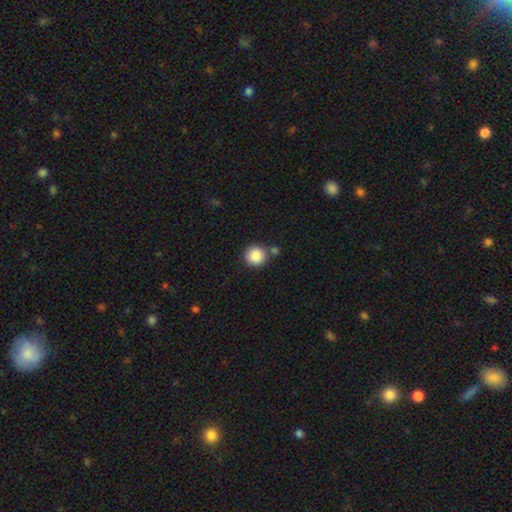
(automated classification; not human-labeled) smooth-or-featured: smooth: 88% | star or artifact: 8% | featured or disk: 4%
  how-rounded: round: 93% | in between: 6% | cigar-shaped: 1%
  merging: none: 71% | merger: 15% | minor disturbance: 11% | major disturbance: 3%